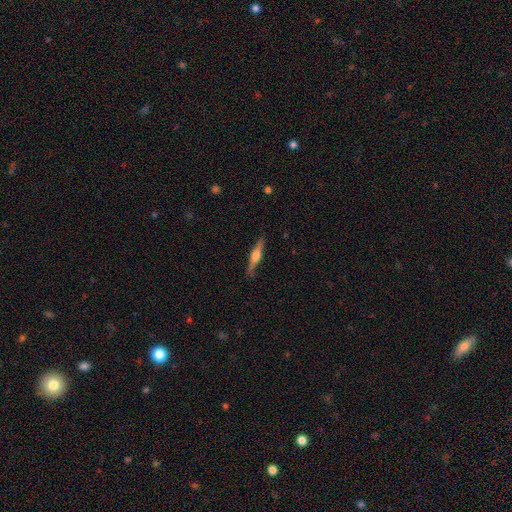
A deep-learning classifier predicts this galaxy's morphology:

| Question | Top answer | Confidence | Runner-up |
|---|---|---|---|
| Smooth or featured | featured or disk | 66% | smooth (28%) |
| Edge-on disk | yes | 97% | no (3%) |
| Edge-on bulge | rounded | 85% | boxy (11%) |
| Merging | none | 87% | minor disturbance (10%) |